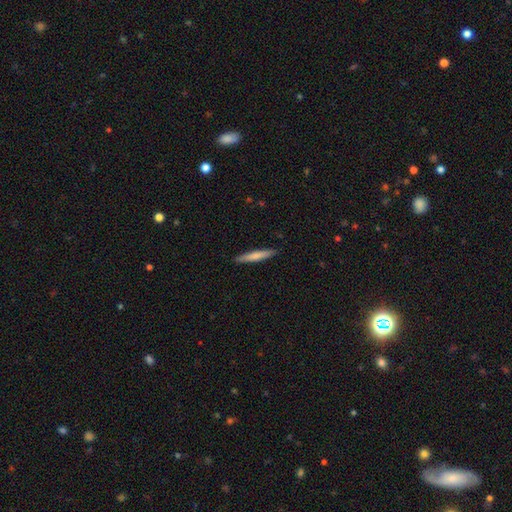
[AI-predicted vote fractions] Morphology: type=smooth (72%); roundness=cigar-shaped (94%); merging=none (90%).